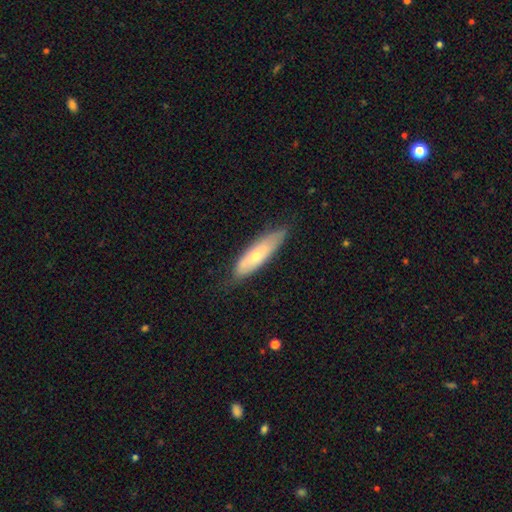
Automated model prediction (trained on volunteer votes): A smooth galaxy with no disk features (58%) that is cigar-shaped (59%). Merging: none (72%).